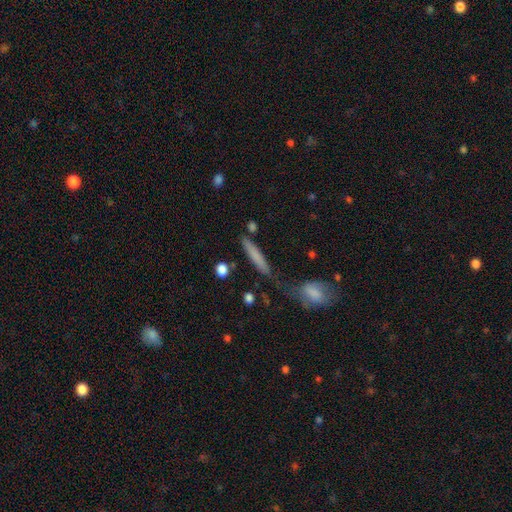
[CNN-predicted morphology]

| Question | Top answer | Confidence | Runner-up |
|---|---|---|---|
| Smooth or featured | smooth | 69% | featured or disk (23%) |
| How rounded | cigar-shaped | 86% | in between (11%) |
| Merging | none | 64% | minor disturbance (15%) |